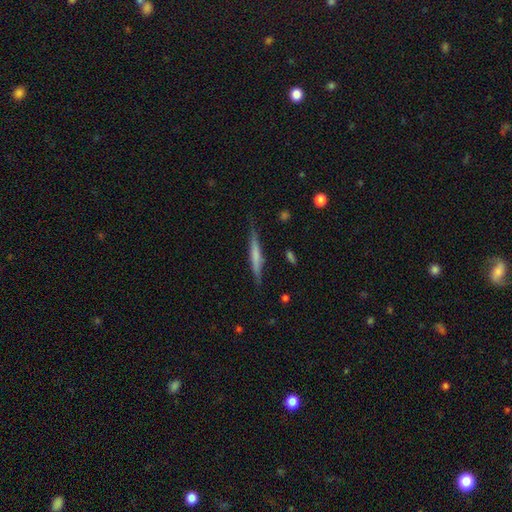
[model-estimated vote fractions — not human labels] This appears to be a smooth galaxy with no disk features (48%). Merging: none (83%).